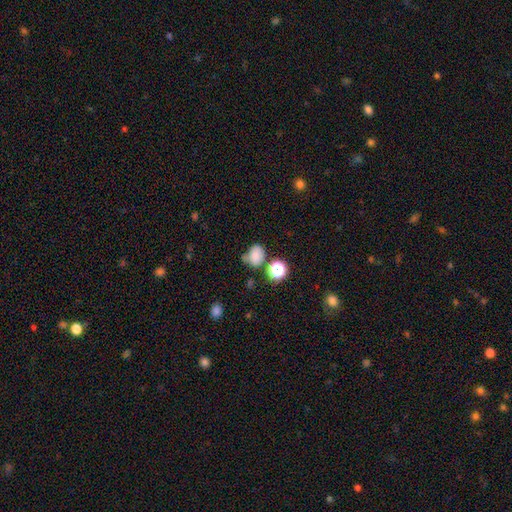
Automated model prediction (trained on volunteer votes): A smooth galaxy with no disk features (75%) that is in between round and cigar-shaped (53%).

Vote fractions:
- Smooth or featured? smooth: 75% / star or artifact: 16% / featured or disk: 9%
- How rounded? in between: 53% / round: 46% / cigar-shaped: 1%
- Merging? none: 53% / minor disturbance: 23% / merger: 17% / major disturbance: 8%